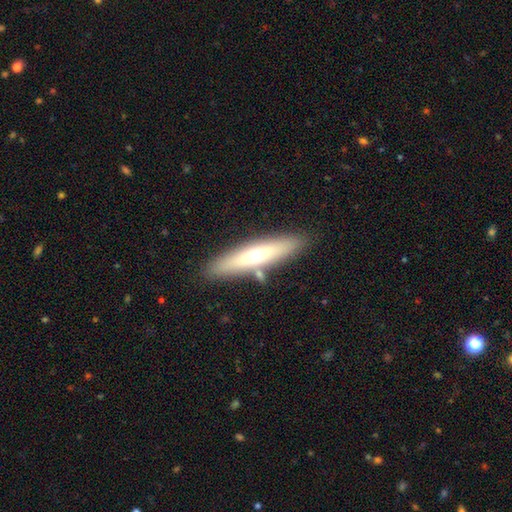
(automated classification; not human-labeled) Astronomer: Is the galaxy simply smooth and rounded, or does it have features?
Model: smooth — 52% (runner-up: featured or disk, 41%).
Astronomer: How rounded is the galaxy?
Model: cigar-shaped — 80%.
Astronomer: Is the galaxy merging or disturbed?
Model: none — 83%.